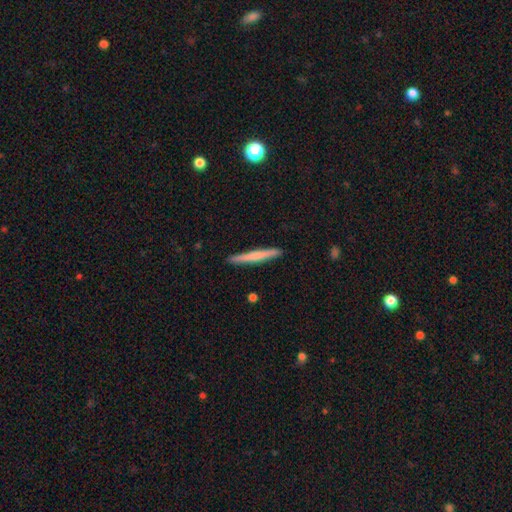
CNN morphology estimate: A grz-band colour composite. It shows a smooth galaxy with no disk features (54%) that is cigar-shaped (96%). Merging: none (92%).